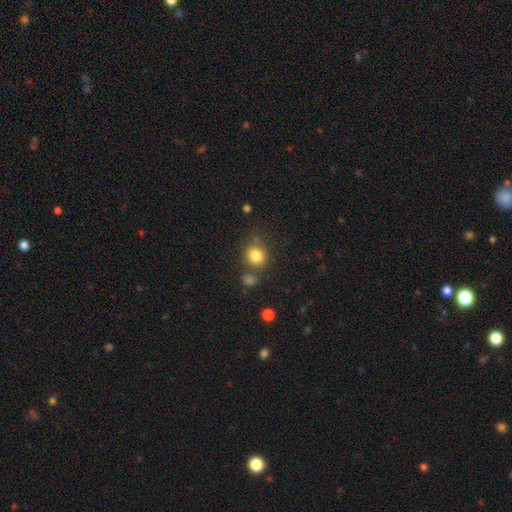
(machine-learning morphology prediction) Smooth or featured: smooth — 82% (star or artifact — 11%)
How rounded: round — 79% (in between — 20%)
Merging: none — 68% (minor disturbance — 14%)